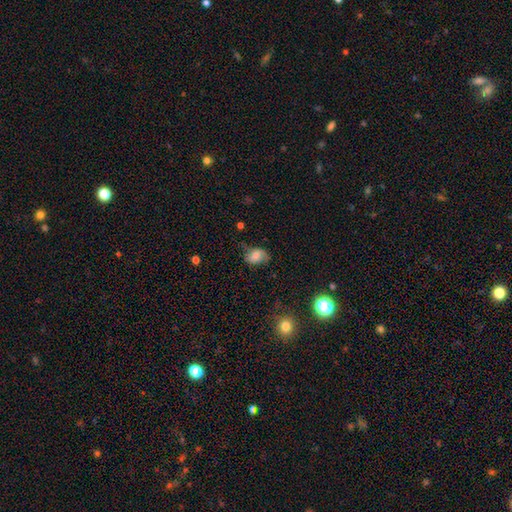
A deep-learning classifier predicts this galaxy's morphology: Smooth or featured: smooth — 65% (featured or disk — 24%)
How rounded: in between — 77% (round — 22%)
Merging: none — 52% (minor disturbance — 32%)